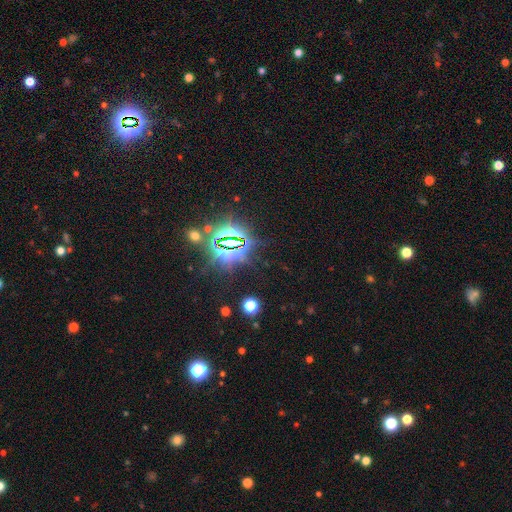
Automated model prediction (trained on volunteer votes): Smooth or featured? star or artifact (85%)